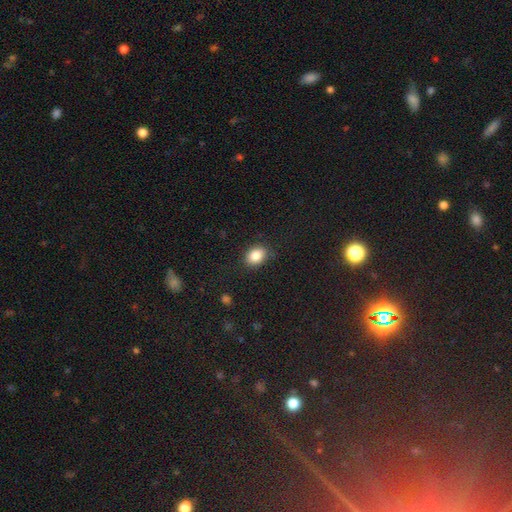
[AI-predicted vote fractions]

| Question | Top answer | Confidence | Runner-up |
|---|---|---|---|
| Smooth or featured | smooth | 85% | star or artifact (9%) |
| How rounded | in between | 66% | round (33%) |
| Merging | none | 84% | minor disturbance (11%) |